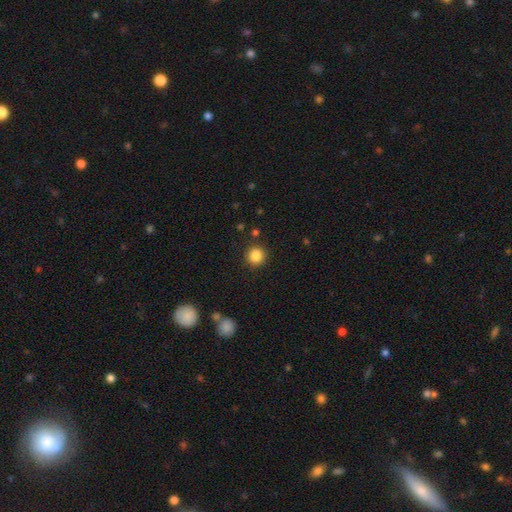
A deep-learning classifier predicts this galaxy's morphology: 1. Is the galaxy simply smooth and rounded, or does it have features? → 86% smooth, 11% star or artifact, 4% featured or disk.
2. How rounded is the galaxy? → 91% round, 8% in between, 1% cigar-shaped.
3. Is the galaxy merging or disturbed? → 87% none, 8% minor disturbance, 3% major disturbance, 2% merger.